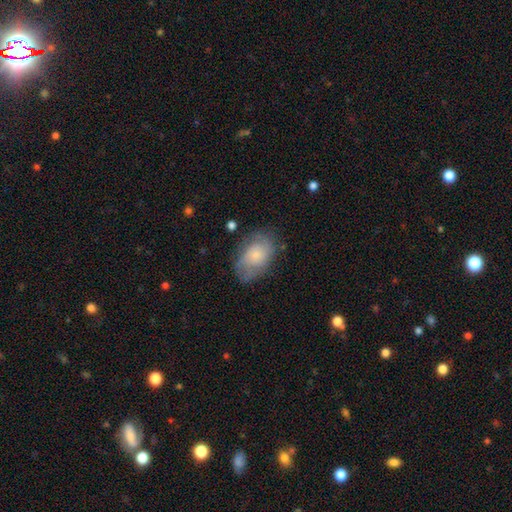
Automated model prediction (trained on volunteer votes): This appears to be a featured or disk galaxy (47%). Merging: none (66%).